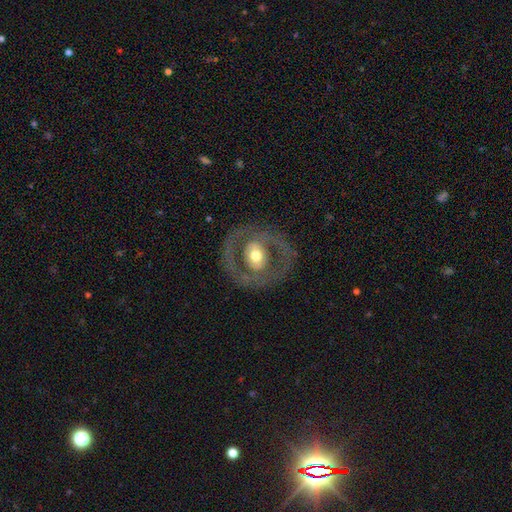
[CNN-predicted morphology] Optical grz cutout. It shows a featured or disk galaxy (65%) with no bar (62%), no spiral arms (73%) and a moderate central bulge (66%). Merging: none (79%).